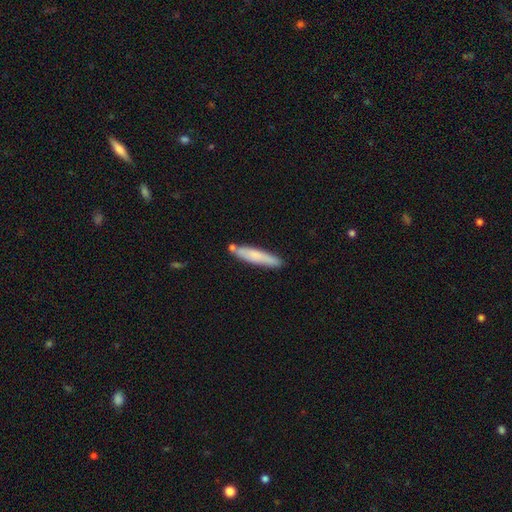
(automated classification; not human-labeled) smooth 72%, featured or disk 22%, star or artifact 6%. Down the decision tree: how rounded — cigar-shaped (89%); merging — none (74%).